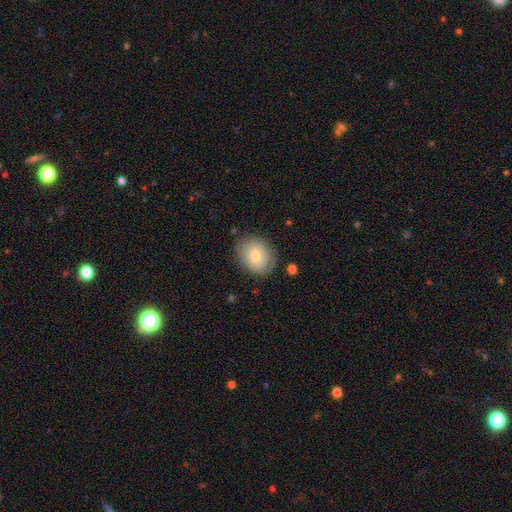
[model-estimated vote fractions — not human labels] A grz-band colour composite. It shows a smooth galaxy with no disk features (67%) that is round (54%). Merging: none (79%).